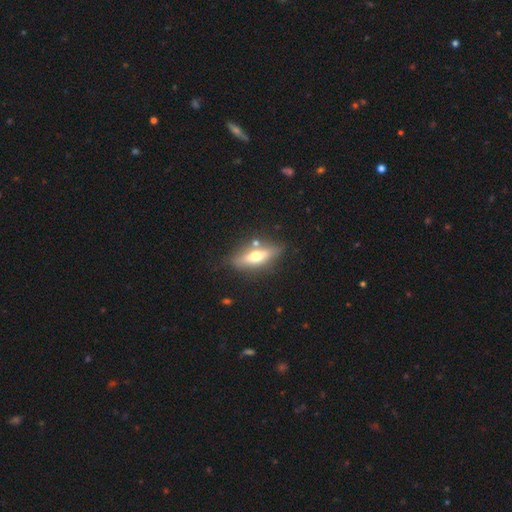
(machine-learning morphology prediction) Q: Smooth or featured?
A: featured or disk (48%); runner-up: smooth (45%)
Q: Merging?
A: none (77%); runner-up: minor disturbance (13%)